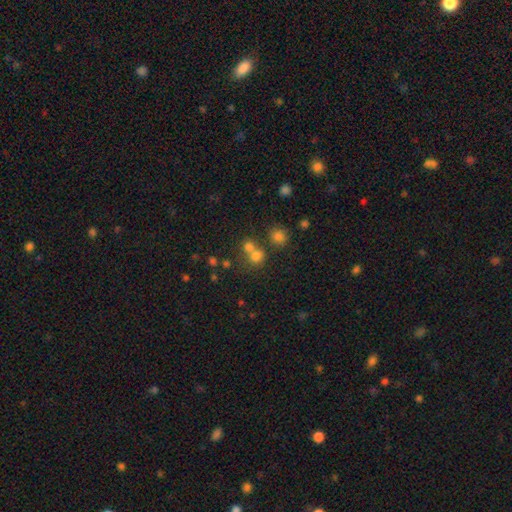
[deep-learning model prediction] Overall: smooth (70%). How rounded: round (80%). Merging: none (47%; merger 41%).